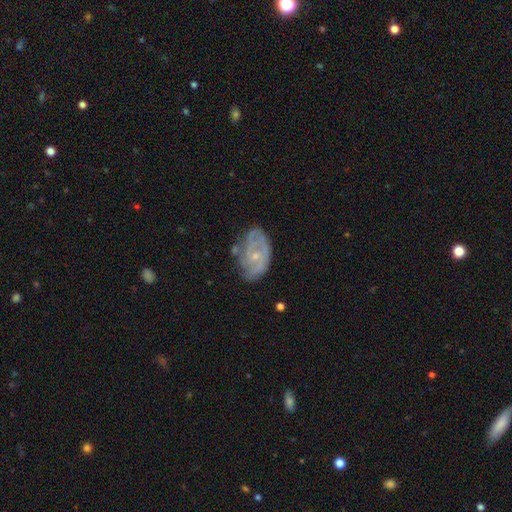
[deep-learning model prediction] smooth-or-featured: featured or disk: 72% | smooth: 21% | star or artifact: 7%
  disk-edge-on: no: 96% | yes: 4%
    bar: no: 75% | weak: 22% | strong: 4%
    has-spiral-arms: yes: 80% | no: 20%
      spiral-winding: tight: 51% | medium: 35% | loose: 14%
      spiral-arm-count: can't tell: 43% | 2: 27% | 3: 16% | 4: 6% | 1: 5% | more than 4: 4%
    bulge-size: small: 73% | moderate: 22% | none: 3% | large: 1% | dominant: 1%
  merging: none: 58% | minor disturbance: 28% | major disturbance: 10% | merger: 4%